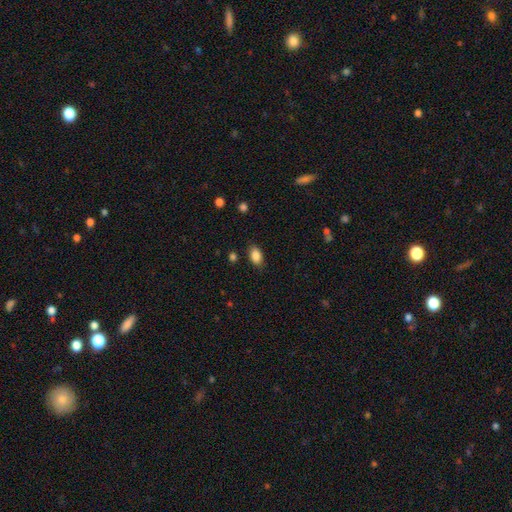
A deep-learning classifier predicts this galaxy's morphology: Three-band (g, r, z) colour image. It shows a smooth galaxy with no disk features (87%) that is in between round and cigar-shaped (90%). Merging: none (84%).